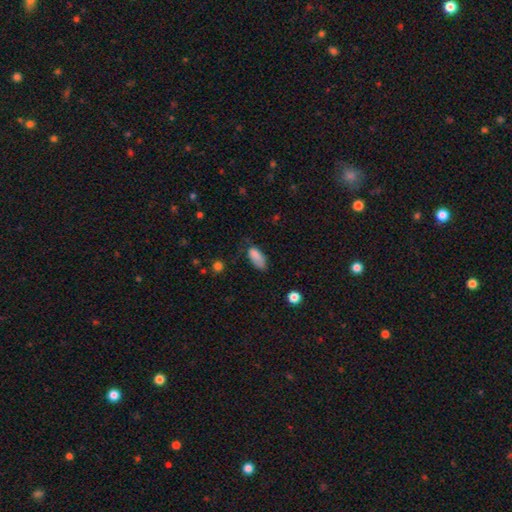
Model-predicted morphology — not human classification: Smooth or featured? smooth (83%)
How rounded? in between (89%)
Merging? none (42%)